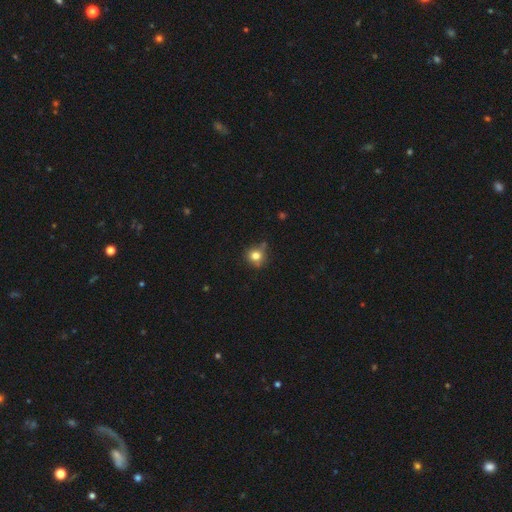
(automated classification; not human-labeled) smooth 79%, star or artifact 13%, featured or disk 8%. Down the decision tree: how rounded — round (88%); merging — none (69%).